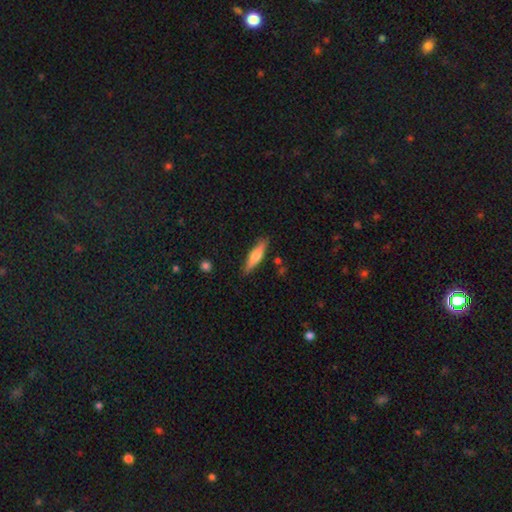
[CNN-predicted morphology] Q: Smooth or featured?
A: smooth (56%); runner-up: featured or disk (38%)
Q: How rounded?
A: cigar-shaped (75%); runner-up: in between (23%)
Q: Merging?
A: none (85%); runner-up: minor disturbance (11%)